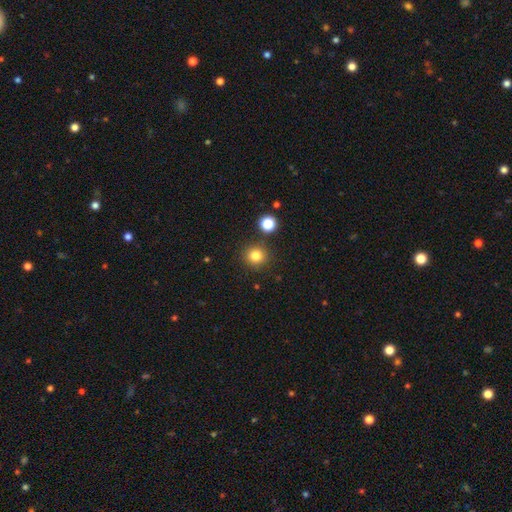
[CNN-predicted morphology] Smooth or featured? smooth (82%)
How rounded? round (92%)
Merging? none (87%)